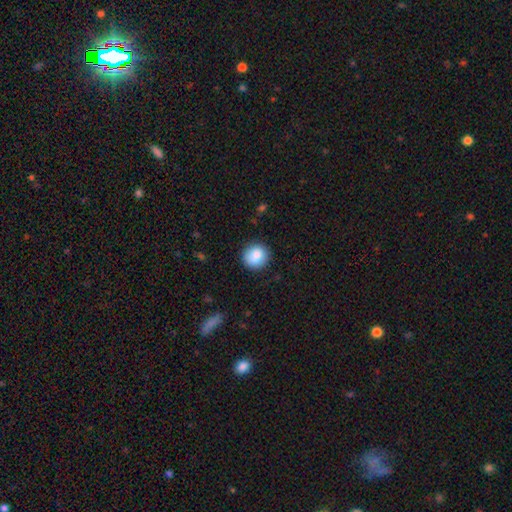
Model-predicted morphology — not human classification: Q: Smooth or featured?
A: smooth (86%); runner-up: star or artifact (8%)
Q: How rounded?
A: round (88%); runner-up: in between (11%)
Q: Merging?
A: none (87%); runner-up: minor disturbance (10%)